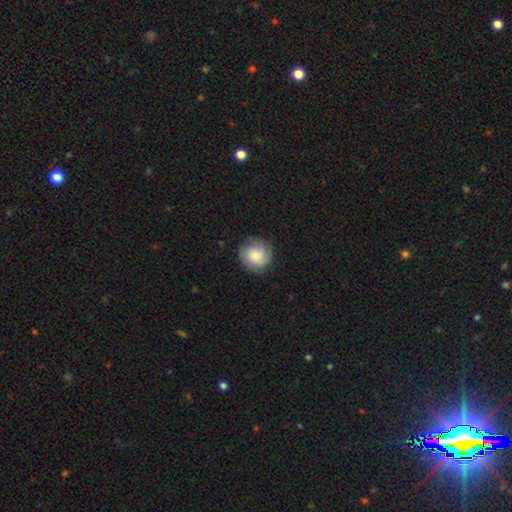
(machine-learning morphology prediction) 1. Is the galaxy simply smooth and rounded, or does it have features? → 64% smooth, 28% featured or disk, 8% star or artifact.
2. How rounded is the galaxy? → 87% round, 12% in between, 1% cigar-shaped.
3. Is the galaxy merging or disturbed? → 78% none, 16% minor disturbance, 5% major disturbance, 1% merger.